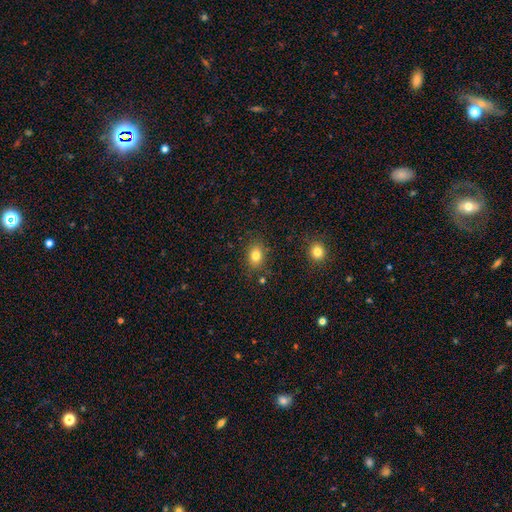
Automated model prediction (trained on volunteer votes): Q: Smooth or featured?
A: smooth (82%); runner-up: star or artifact (11%)
Q: How rounded?
A: in between (66%); runner-up: round (33%)
Q: Merging?
A: none (82%); runner-up: minor disturbance (12%)